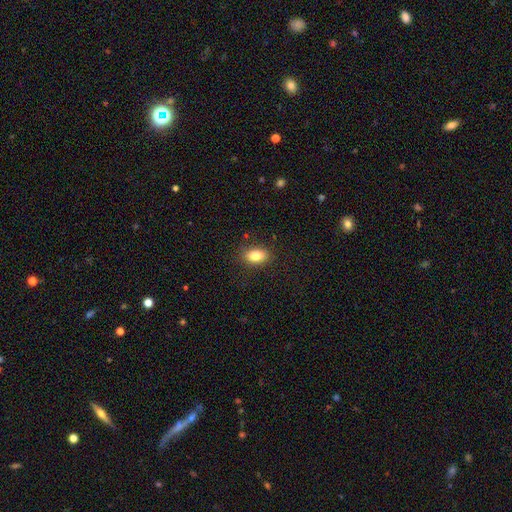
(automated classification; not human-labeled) Smooth or featured: smooth — 82% (featured or disk — 9%)
How rounded: in between — 87% (round — 10%)
Merging: none — 85% (minor disturbance — 11%)